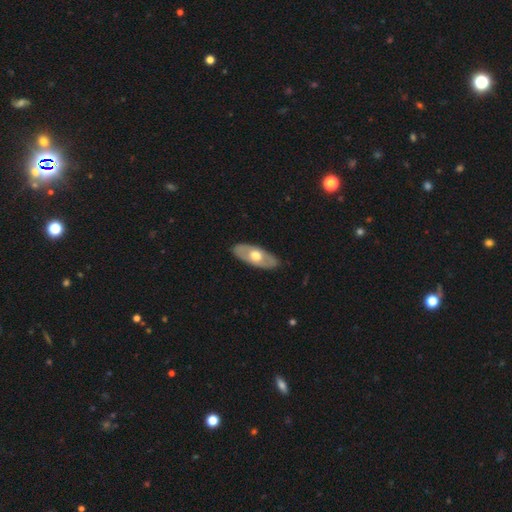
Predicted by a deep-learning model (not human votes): A featured or disk galaxy (49%). Merging: none (87%).